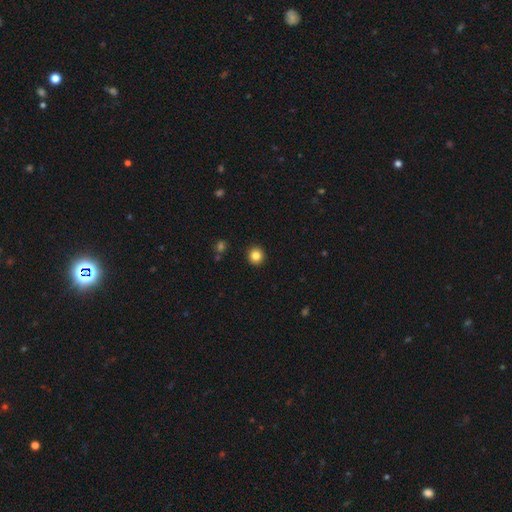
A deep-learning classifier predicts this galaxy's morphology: A smooth galaxy with no disk features (83%) that is round (93%).

Vote fractions:
- Smooth or featured? smooth: 83% / star or artifact: 11% / featured or disk: 6%
- How rounded? round: 93% / in between: 6% / cigar-shaped: 1%
- Merging? none: 93% / minor disturbance: 5% / major disturbance: 1% / merger: 1%